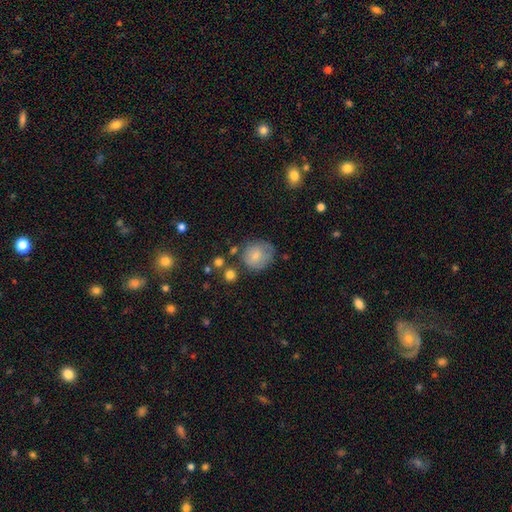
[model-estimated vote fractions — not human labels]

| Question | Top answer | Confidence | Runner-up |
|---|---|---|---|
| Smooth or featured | smooth | 75% | featured or disk (17%) |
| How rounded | round | 80% | in between (19%) |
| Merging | none | 61% | minor disturbance (25%) |